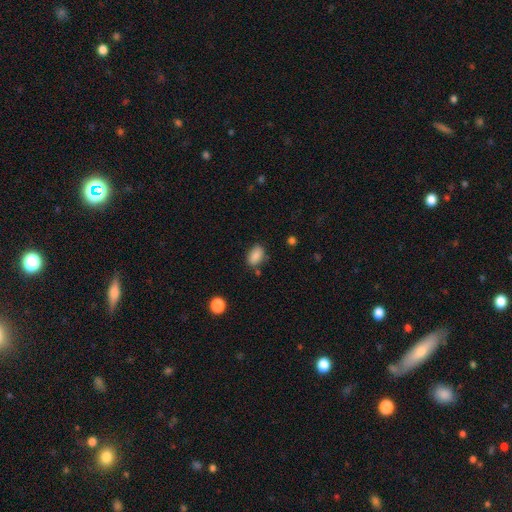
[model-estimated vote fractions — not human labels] A smooth galaxy with no disk features (86%) that is in between round and cigar-shaped (89%). Merging: none (78%).